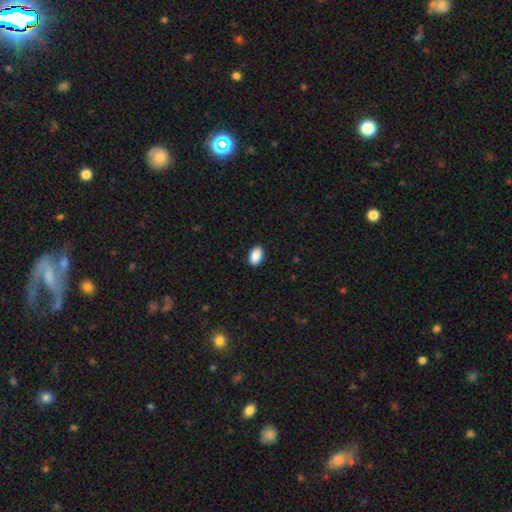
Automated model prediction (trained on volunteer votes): Q: Smooth or featured?
A: smooth (90%); runner-up: star or artifact (7%)
Q: How rounded?
A: in between (91%); runner-up: round (8%)
Q: Merging?
A: none (90%); runner-up: minor disturbance (7%)